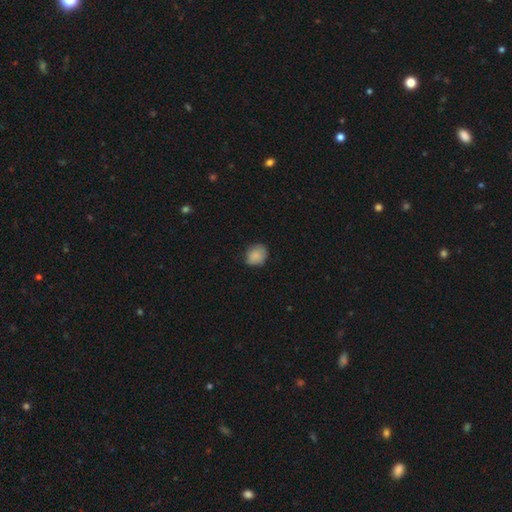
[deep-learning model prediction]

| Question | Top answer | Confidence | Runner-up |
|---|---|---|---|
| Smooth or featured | smooth | 86% | star or artifact (8%) |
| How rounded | round | 66% | in between (33%) |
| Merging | none | 73% | minor disturbance (22%) |